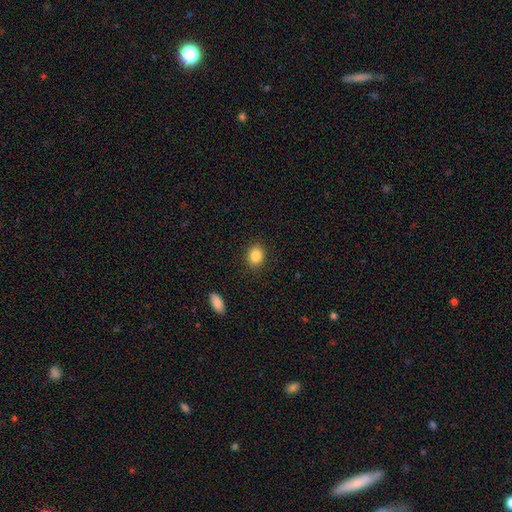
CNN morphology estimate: A smooth galaxy with no disk features (87%) that is in between round and cigar-shaped (51%).

Vote fractions:
- Smooth or featured? smooth: 87% / star or artifact: 9% / featured or disk: 5%
- How rounded? in between: 51% / round: 48% / cigar-shaped: 1%
- Merging? none: 88% / minor disturbance: 8% / major disturbance: 3% / merger: 1%